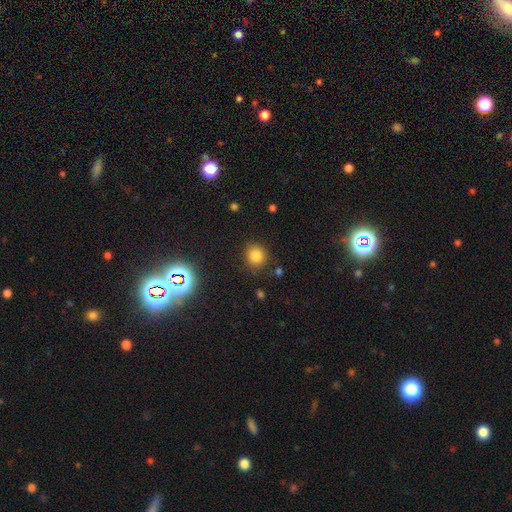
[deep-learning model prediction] The model was most divided on "smooth or featured": smooth: 80%, star or artifact: 14%, featured or disk: 5%. More confident: how rounded — round (84%); merging — none (83%).